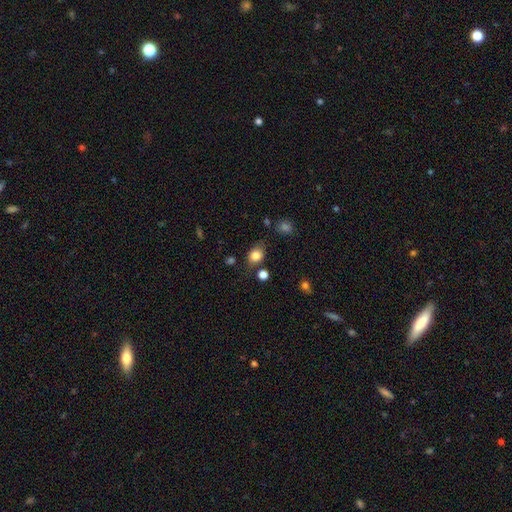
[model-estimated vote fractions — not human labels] This is clearly a smooth galaxy (82%). How rounded: possibly in between (54%). Merging: likely none (71%).